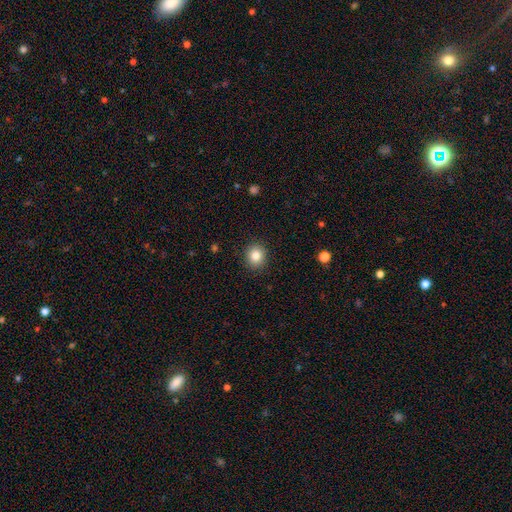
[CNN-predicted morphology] smooth-or-featured: smooth: 84% | star or artifact: 10% | featured or disk: 6%
  how-rounded: round: 81% | in between: 18% | cigar-shaped: 1%
  merging: none: 90% | minor disturbance: 7% | major disturbance: 2% | merger: 1%